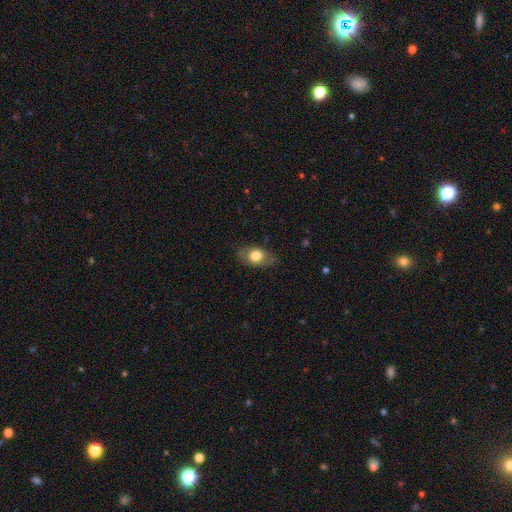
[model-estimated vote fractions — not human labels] smooth 70%, featured or disk 22%, star or artifact 7%. Down the decision tree: how rounded — in between (82%); merging — none (80%).